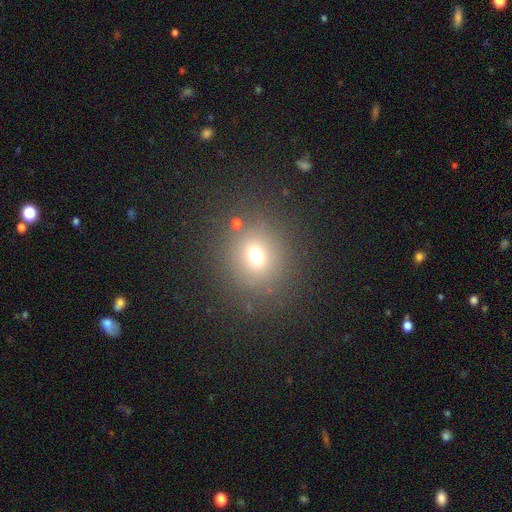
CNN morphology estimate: Smooth or featured? Predicted: smooth (p=0.68). How rounded? Predicted: round (p=0.85). Merging? Predicted: none (p=0.82).